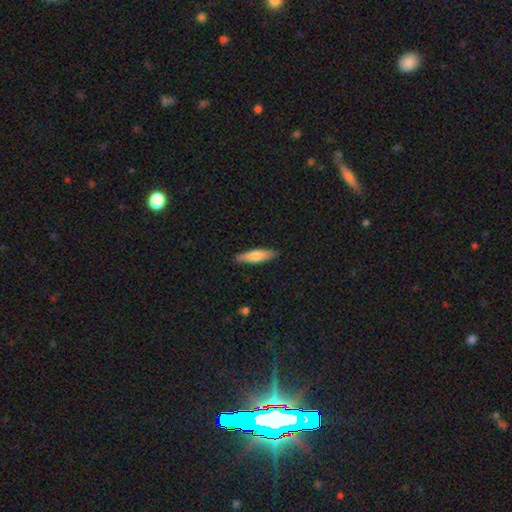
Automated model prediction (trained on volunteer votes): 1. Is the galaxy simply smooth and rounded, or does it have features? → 70% smooth, 24% featured or disk, 5% star or artifact.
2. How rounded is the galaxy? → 70% cigar-shaped, 29% in between, 2% round.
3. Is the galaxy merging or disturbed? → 89% none, 8% minor disturbance, 2% major disturbance, 1% merger.